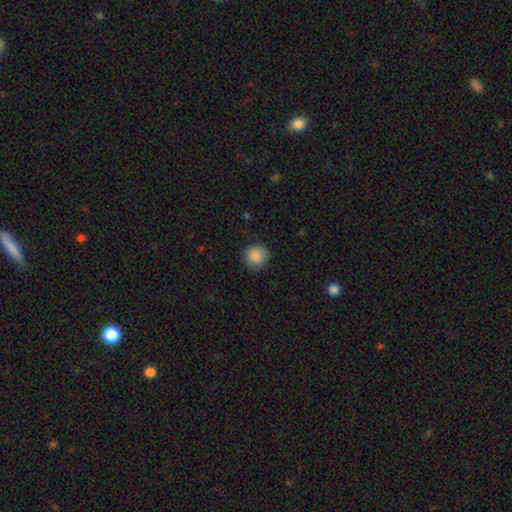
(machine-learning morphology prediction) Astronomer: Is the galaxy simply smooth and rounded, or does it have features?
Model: smooth — 88%.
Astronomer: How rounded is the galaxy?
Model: round — 93%.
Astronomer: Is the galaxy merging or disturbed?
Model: none — 88%.